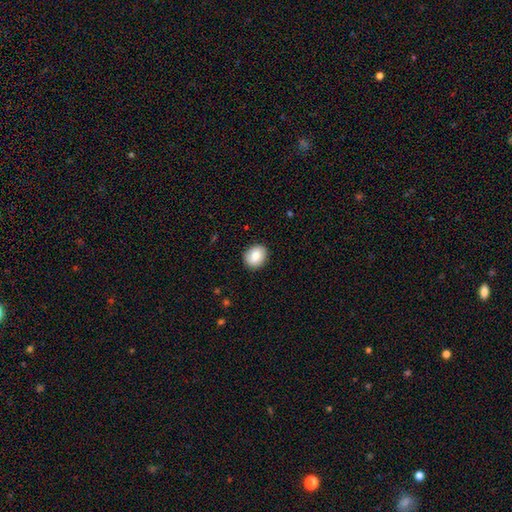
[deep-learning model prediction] smooth_or_featured: smooth (p=0.83) [alt: featured or disk p=0.09]
how_rounded: round (p=0.61) [alt: in between p=0.38]
merging: none (p=0.89) [alt: minor disturbance p=0.08]